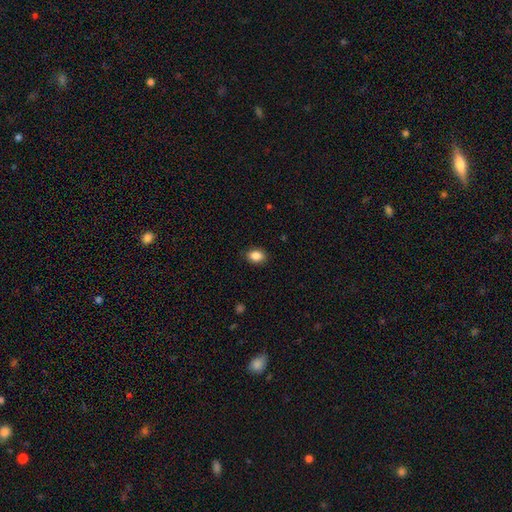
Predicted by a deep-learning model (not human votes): Smooth or featured?
  - smooth: 87% *
  - star or artifact: 9%
  - featured or disk: 4%
How rounded?
  - in between: 69% *
  - round: 30%
  - cigar-shaped: 1%
Merging?
  - none: 88% *
  - minor disturbance: 8%
  - major disturbance: 2%
  - merger: 1%